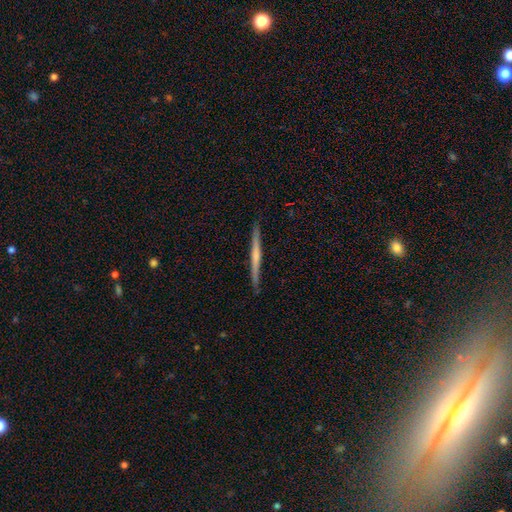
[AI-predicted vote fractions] featured or disk 59%, smooth 36%, star or artifact 5%. Down the decision tree: edge-on disk — yes (98%); edge-on bulge — none (58%); merging — none (91%).